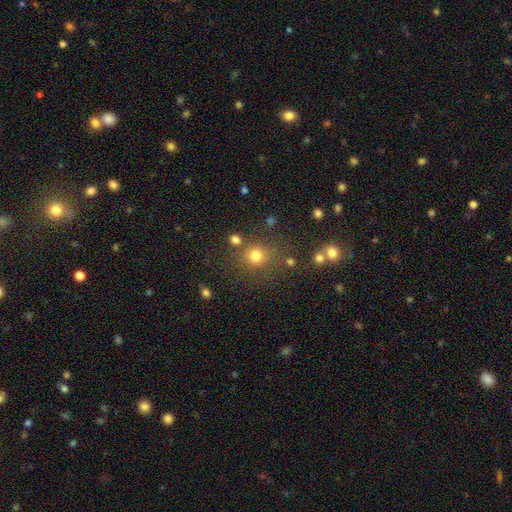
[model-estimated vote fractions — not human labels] Smooth or featured: smooth — 76% (star or artifact — 17%)
How rounded: round — 87% (in between — 12%)
Merging: none — 74% (minor disturbance — 12%)